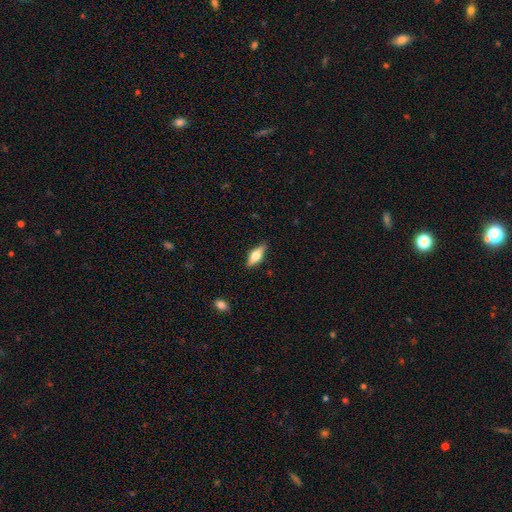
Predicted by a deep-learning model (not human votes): smooth 52%, featured or disk 41%, star or artifact 7%. Down the decision tree: how rounded — in between (61%); merging — none (86%).